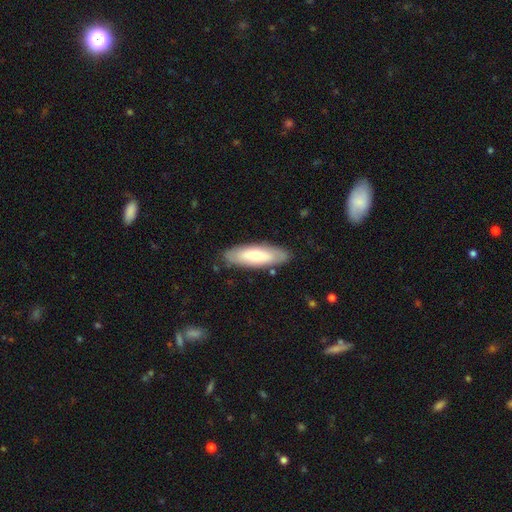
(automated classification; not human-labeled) A smooth galaxy with no disk features (62%) that is in between round and cigar-shaped (58%). Merging: none (84%).